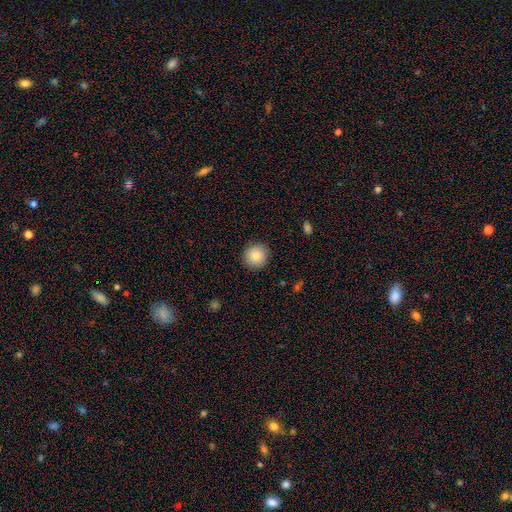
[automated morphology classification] smooth-or-featured: smooth: 86% | star or artifact: 8% | featured or disk: 5%
  how-rounded: round: 93% | in between: 6% | cigar-shaped: 1%
  merging: none: 90% | minor disturbance: 7% | major disturbance: 2% | merger: 1%